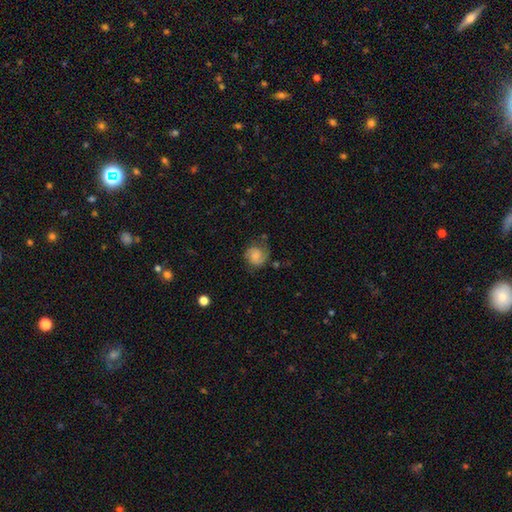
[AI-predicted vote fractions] Smooth or featured? featured or disk (50%)
Edge-on disk? no (98%)
Merging? none (65%)